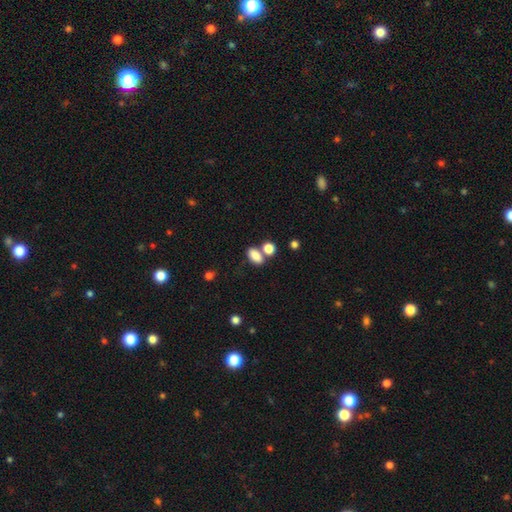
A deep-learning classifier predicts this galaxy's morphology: Smooth or featured? smooth (83%)
How rounded? in between (86%)
Merging? none (52%)